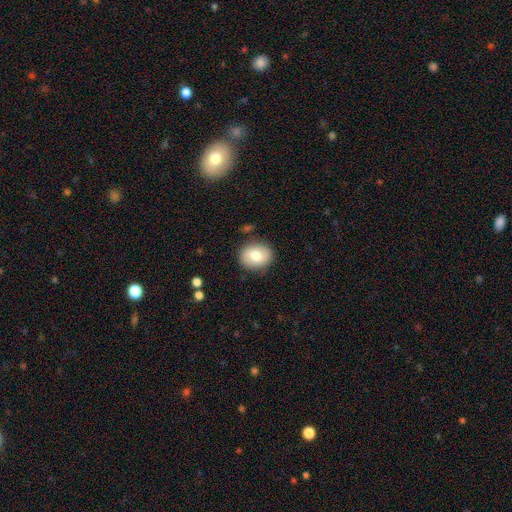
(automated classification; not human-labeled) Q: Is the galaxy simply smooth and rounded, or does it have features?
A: smooth — 77%.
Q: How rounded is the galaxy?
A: round — 57%.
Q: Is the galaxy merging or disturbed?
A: none — 86%.